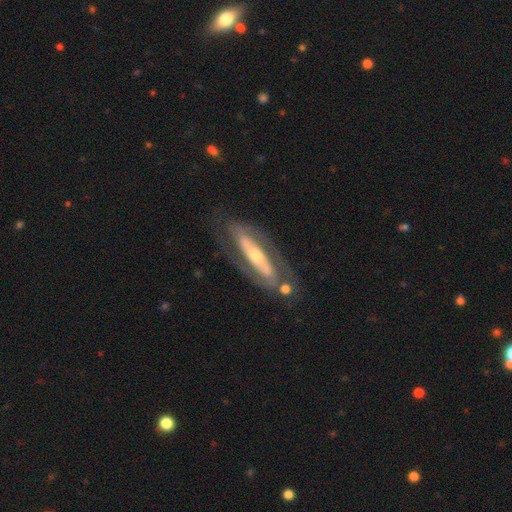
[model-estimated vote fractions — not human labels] This is likely a featured or disk galaxy (78%). It is likely not viewed edge-on (79%). Bar: marginally strong (44%). Spiral arm pattern: likely yes (70%). Central bulge: possibly moderate (45%, tied with small). Merging: likely none (72%).